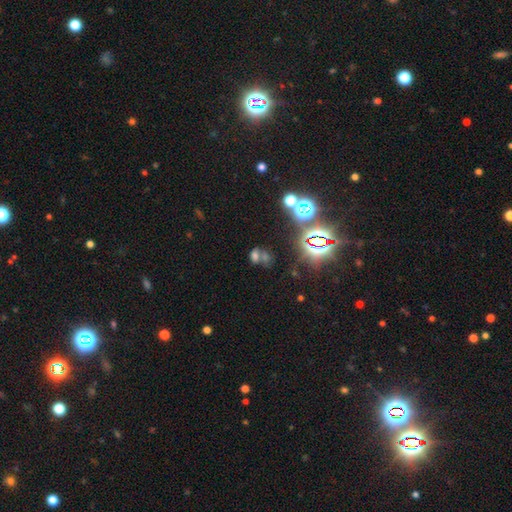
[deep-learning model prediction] The model was most divided on "smooth or featured": smooth: 44%, star or artifact: 40%, featured or disk: 17%. Remaining: merging — merger (47%).